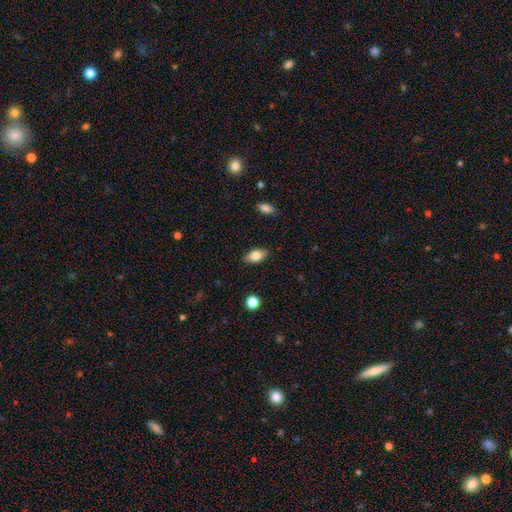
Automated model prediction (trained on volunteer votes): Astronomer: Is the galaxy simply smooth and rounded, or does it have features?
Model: smooth — 80%.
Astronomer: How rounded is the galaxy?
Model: in between — 90%.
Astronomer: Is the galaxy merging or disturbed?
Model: none — 87%.